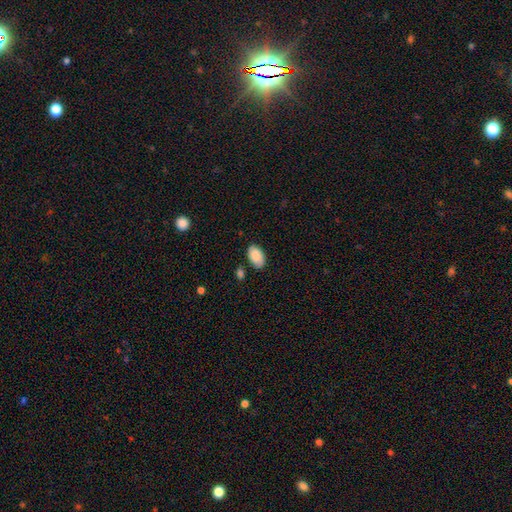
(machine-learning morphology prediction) Overall: smooth (89%). How rounded: in between (93%). Merging: none (80%).